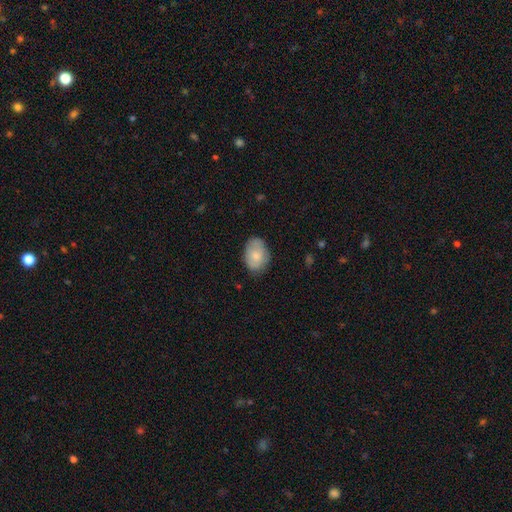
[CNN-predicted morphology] A smooth galaxy with no disk features (75%) that is in between round and cigar-shaped (78%). Merging: none (73%).